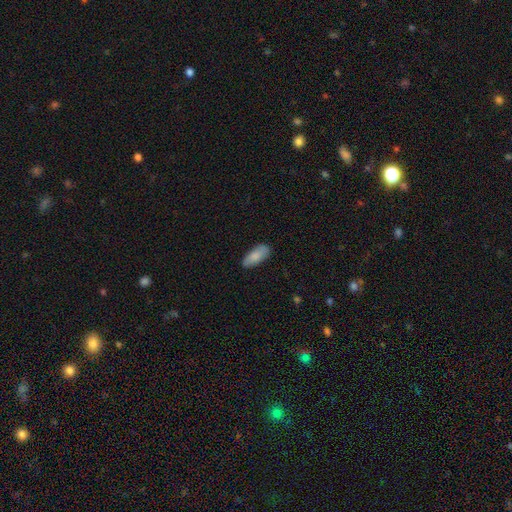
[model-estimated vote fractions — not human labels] smooth-or-featured: smooth: 84% | featured or disk: 10% | star or artifact: 6%
  how-rounded: in between: 83% | cigar-shaped: 15% | round: 2%
  merging: none: 81% | minor disturbance: 15% | major disturbance: 3% | merger: 1%